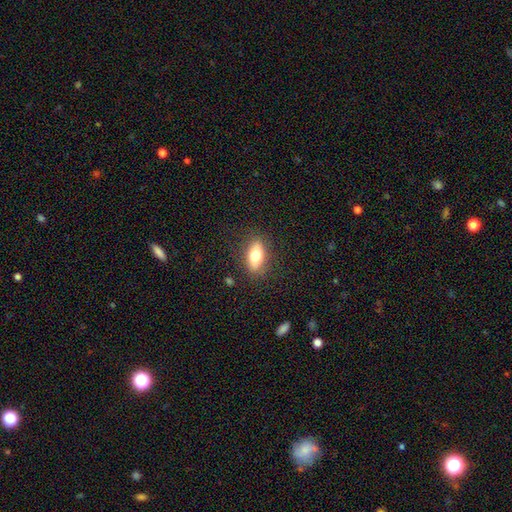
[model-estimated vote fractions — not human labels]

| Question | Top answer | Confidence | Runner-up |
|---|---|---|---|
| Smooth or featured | smooth | 70% | featured or disk (23%) |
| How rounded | in between | 79% | cigar-shaped (15%) |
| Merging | none | 85% | minor disturbance (10%) |